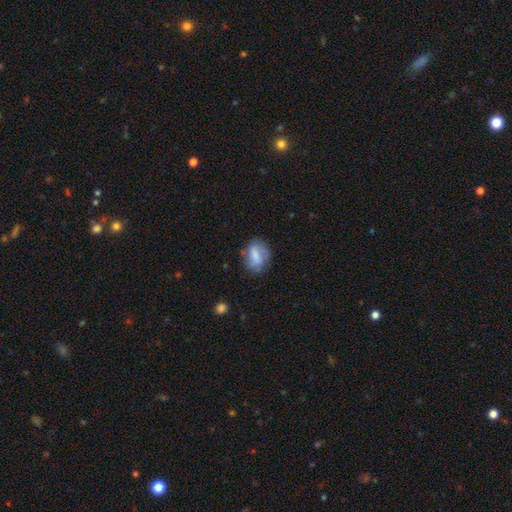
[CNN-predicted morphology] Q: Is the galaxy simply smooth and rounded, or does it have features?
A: smooth — 66%.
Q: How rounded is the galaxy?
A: in between — 72%.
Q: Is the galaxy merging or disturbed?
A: none — 63%.